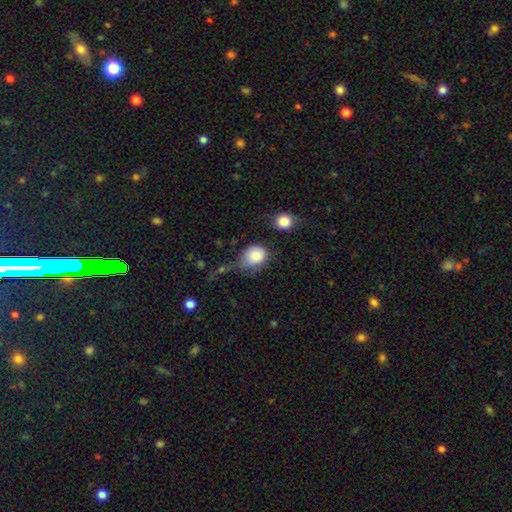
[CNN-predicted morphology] Overall: smooth (83%). How rounded: round (55%; in between 43%). Merging: none (37%; minor disturbance 32%).